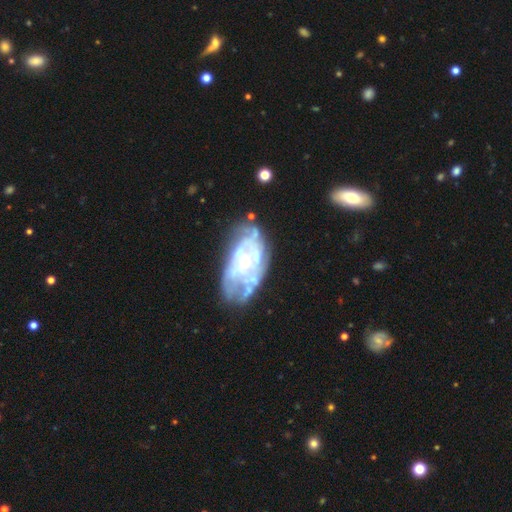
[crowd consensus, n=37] featured or disk 78%, smooth 14%, star or artifact 8%. Down the decision tree: edge-on disk — no (100%); bar — no (83%); spiral arms — no (59%); bulge size — small (52%); merging — none (38%).